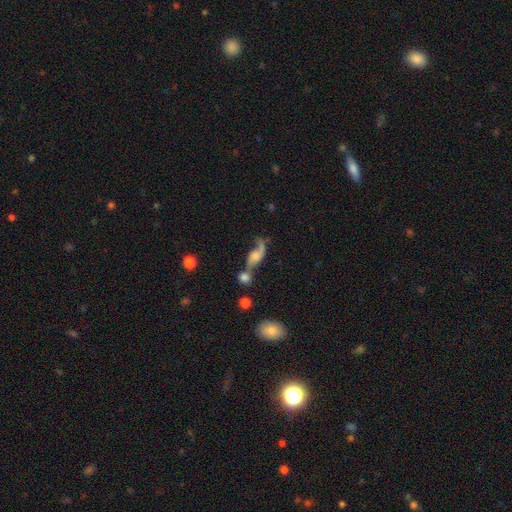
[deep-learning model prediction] A featured or disk galaxy (65%) with no bar (66%), 2 (67%) loose (84%) spiral arms (85%) and no central bulge (29%). Merging: merger (45%).